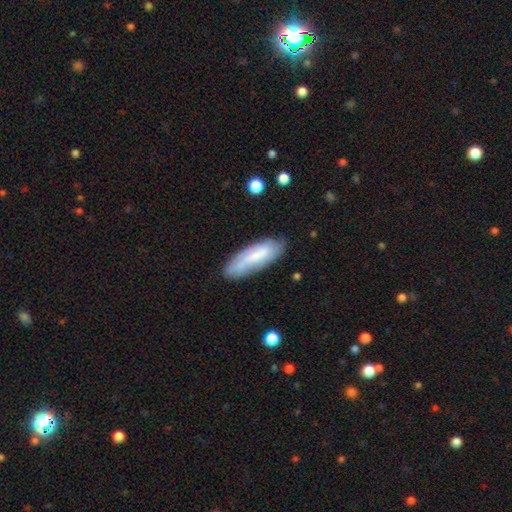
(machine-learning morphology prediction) Smooth or featured: smooth — 69% (featured or disk — 24%)
How rounded: in between — 55% (cigar-shaped — 43%)
Merging: none — 74% (minor disturbance — 19%)